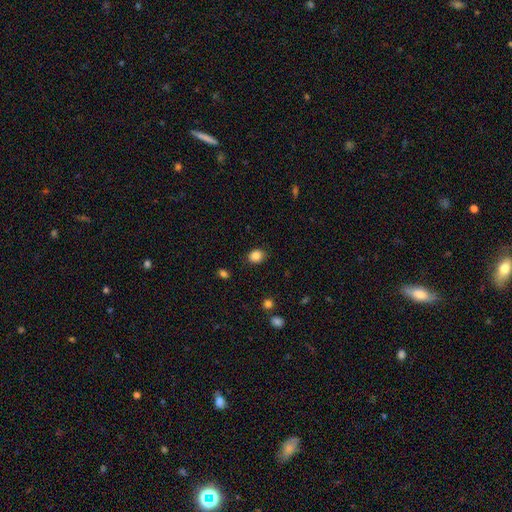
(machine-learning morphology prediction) Smooth or featured?
  - smooth: 86% *
  - star or artifact: 10%
  - featured or disk: 4%
How rounded?
  - round: 56% *
  - in between: 43%
  - cigar-shaped: 1%
Merging?
  - none: 85% *
  - minor disturbance: 11%
  - major disturbance: 3%
  - merger: 1%